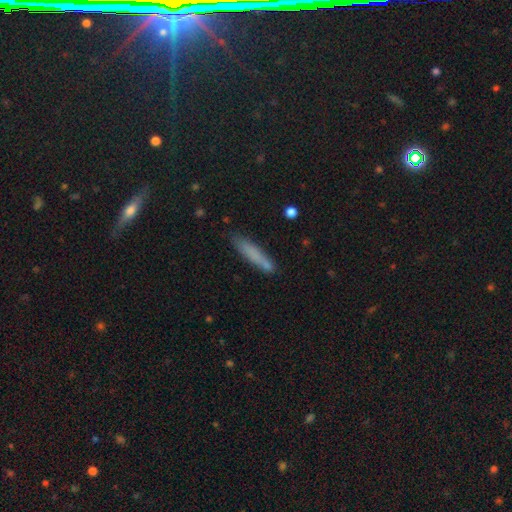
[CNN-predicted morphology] The model was most divided on "smooth or featured": smooth: 76%, featured or disk: 16%, star or artifact: 8%. More confident: how rounded — cigar-shaped (90%); merging — none (78%).